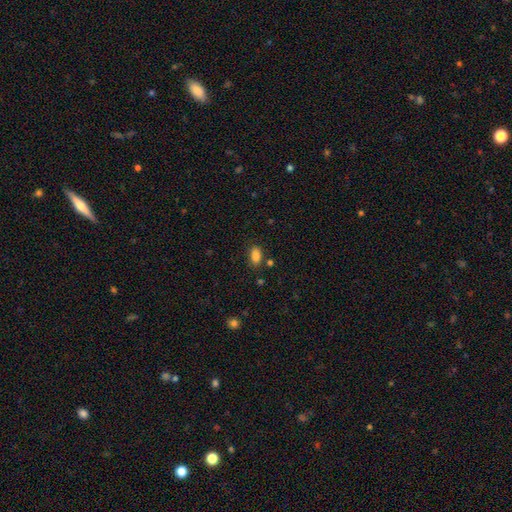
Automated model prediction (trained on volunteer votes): The model was most divided on "merging": none: 80%, minor disturbance: 12%, merger: 5%, major disturbance: 3%. More confident: how rounded — in between (90%); smooth or featured — smooth (85%).